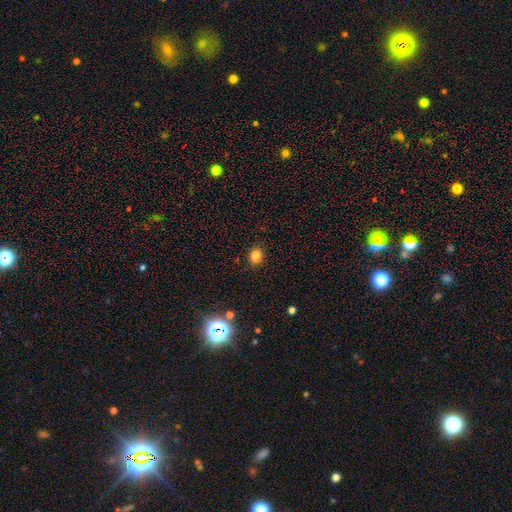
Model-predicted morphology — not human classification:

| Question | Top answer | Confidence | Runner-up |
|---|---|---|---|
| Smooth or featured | smooth | 82% | star or artifact (13%) |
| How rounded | round | 58% | in between (41%) |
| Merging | none | 88% | minor disturbance (9%) |